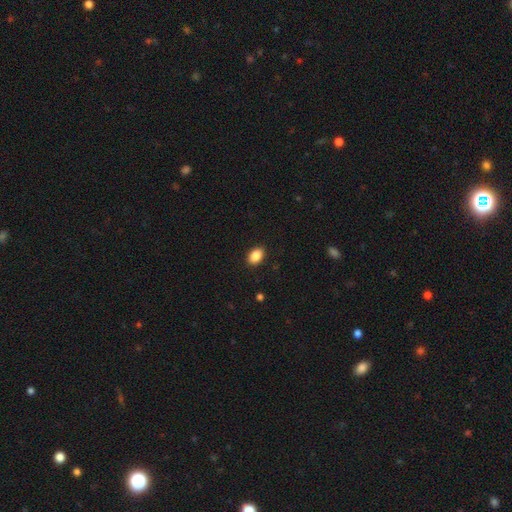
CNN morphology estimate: The model was most divided on "how rounded": in between: 85%, round: 13%, cigar-shaped: 1%. More confident: merging — none (90%); smooth or featured — smooth (88%).